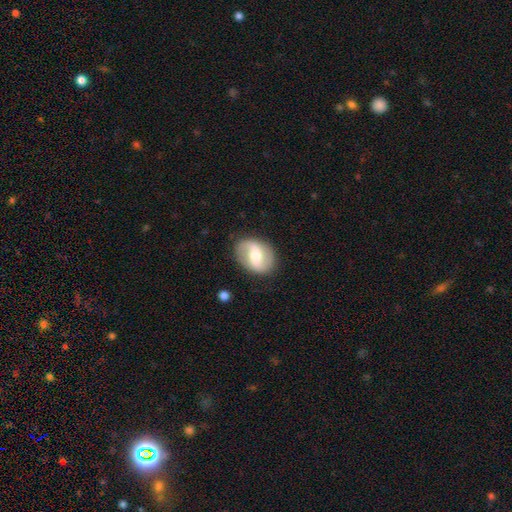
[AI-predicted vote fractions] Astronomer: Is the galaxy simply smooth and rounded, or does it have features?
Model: featured or disk — 67%.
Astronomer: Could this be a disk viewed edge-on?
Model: no — 97%.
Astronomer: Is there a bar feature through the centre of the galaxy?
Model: weak — 40% (runner-up: strong, 36%).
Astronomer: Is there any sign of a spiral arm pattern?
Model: yes — 81%.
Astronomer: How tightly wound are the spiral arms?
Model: loose — 44% (runner-up: medium, 39%).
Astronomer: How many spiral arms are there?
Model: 2 — 89%.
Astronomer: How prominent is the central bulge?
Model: moderate — 62%.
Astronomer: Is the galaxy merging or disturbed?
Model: none — 84%.